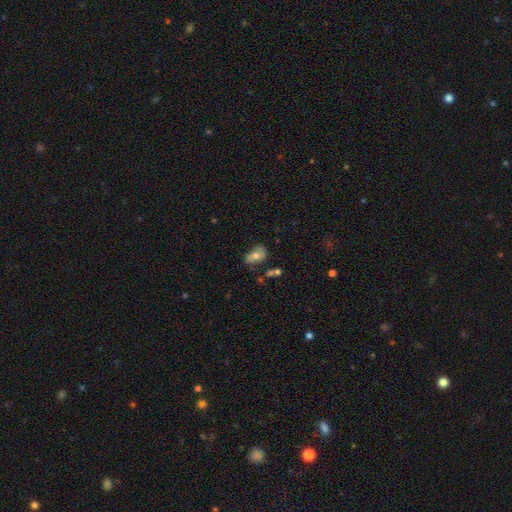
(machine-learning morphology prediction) type=smooth (60%); roundness=in between (82%); merging=none (54%).